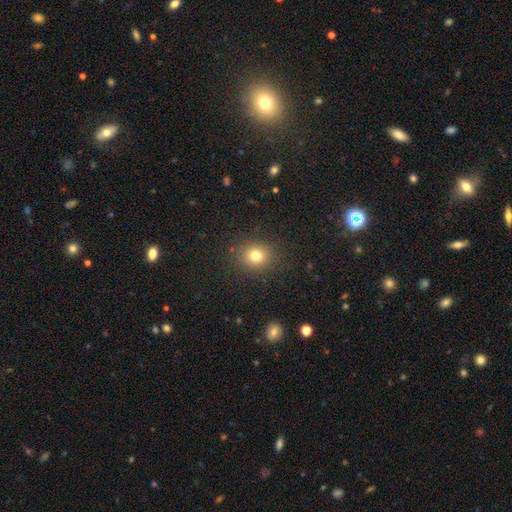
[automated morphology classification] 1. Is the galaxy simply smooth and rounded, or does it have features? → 78% smooth, 14% star or artifact, 7% featured or disk.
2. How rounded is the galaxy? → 79% round, 21% in between, 1% cigar-shaped.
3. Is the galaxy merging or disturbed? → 88% none, 8% minor disturbance, 3% major disturbance, 1% merger.